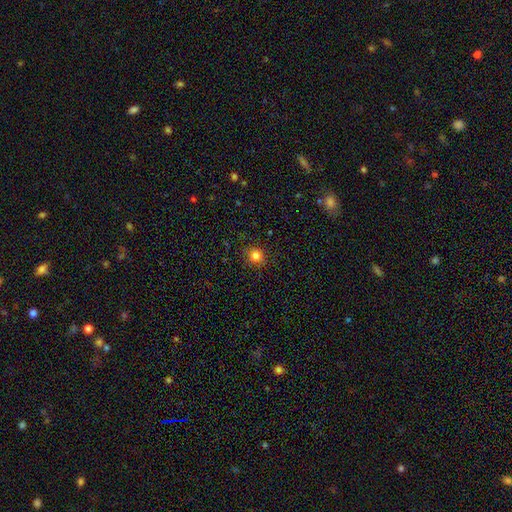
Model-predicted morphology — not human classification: A smooth galaxy with no disk features (82%) that is round (89%). Merging: none (89%).